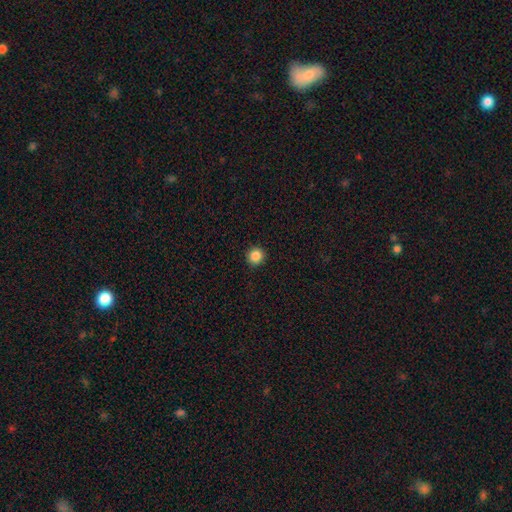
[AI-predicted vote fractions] Overall: smooth (86%). How rounded: round (94%). Merging: none (93%).